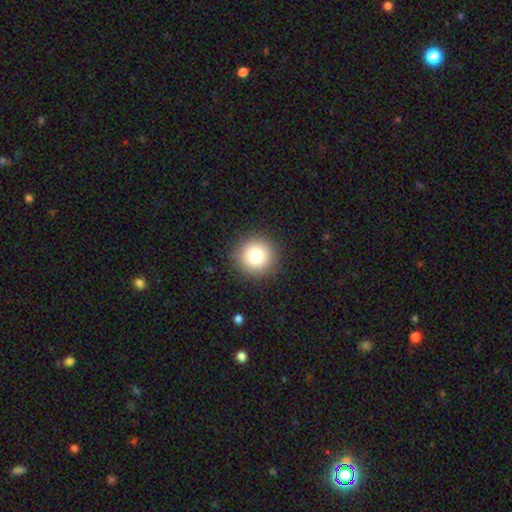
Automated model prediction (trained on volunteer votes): Smooth or featured?
  - smooth: 81% *
  - star or artifact: 11%
  - featured or disk: 8%
How rounded?
  - round: 95% *
  - in between: 4%
  - cigar-shaped: 1%
Merging?
  - none: 91% *
  - minor disturbance: 6%
  - major disturbance: 2%
  - merger: 1%